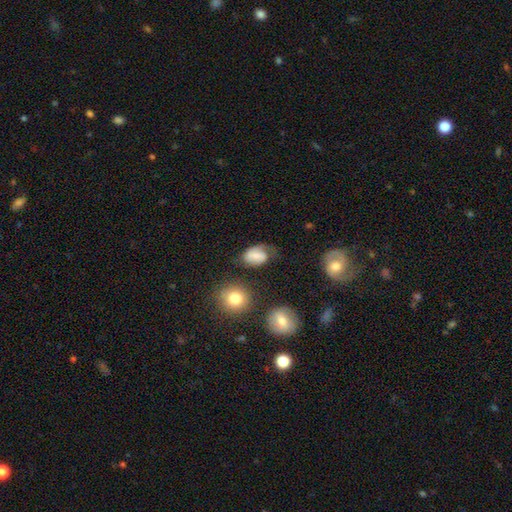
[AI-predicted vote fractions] A smooth galaxy with no disk features (60%) that is in between round and cigar-shaped (71%).

Vote fractions:
- Smooth or featured? smooth: 60% / featured or disk: 30% / star or artifact: 10%
- How rounded? in between: 71% / round: 28% / cigar-shaped: 1%
- Merging? none: 46% / minor disturbance: 30% / major disturbance: 18% / merger: 6%